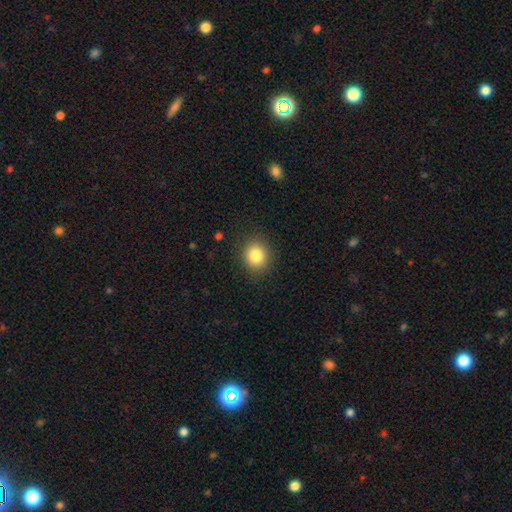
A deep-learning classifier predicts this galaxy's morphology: This is clearly a smooth galaxy (84%). How rounded: likely round (77%). Merging: clearly none (88%).